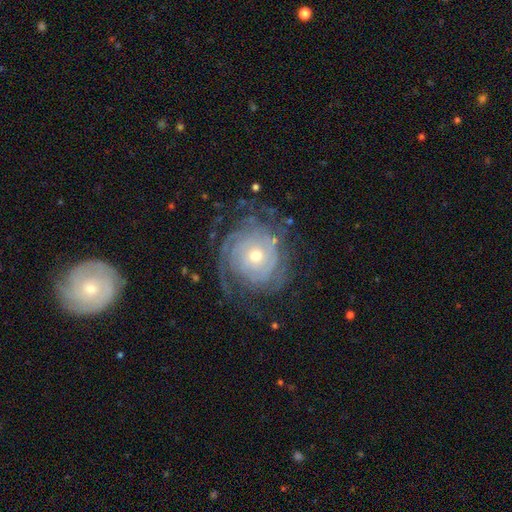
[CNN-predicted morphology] Smooth or featured? featured or disk (85%)
Edge-on disk? no (97%)
Bar? no (80%)
Spiral arms? yes (94%)
Spiral winding? tight (77%)
Spiral arm count? can't tell (36%)
Bulge size? moderate (48%, tied with small)
Merging? none (70%)